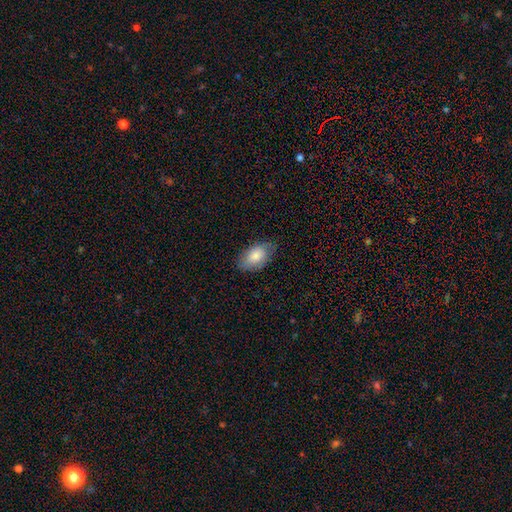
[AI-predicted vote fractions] smooth-or-featured: smooth: 81% | featured or disk: 13% | star or artifact: 6%
  how-rounded: in between: 93% | round: 5% | cigar-shaped: 2%
  merging: none: 75% | minor disturbance: 20% | major disturbance: 4% | merger: 1%